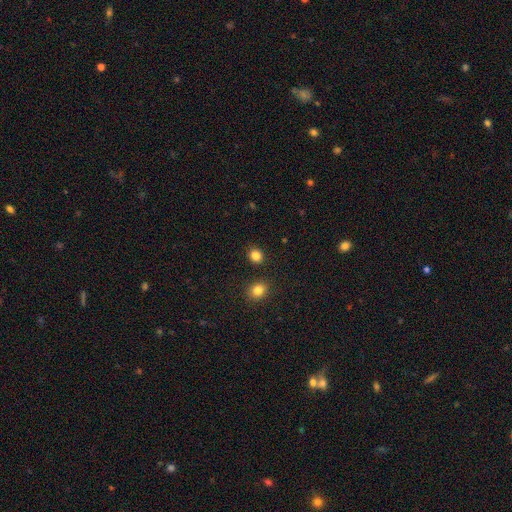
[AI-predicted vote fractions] A smooth galaxy with no disk features (84%) that is round (73%).

Vote fractions:
- Smooth or featured? smooth: 84% / star or artifact: 12% / featured or disk: 4%
- How rounded? round: 73% / in between: 26% / cigar-shaped: 1%
- Merging? none: 87% / minor disturbance: 7% / merger: 4% / major disturbance: 2%